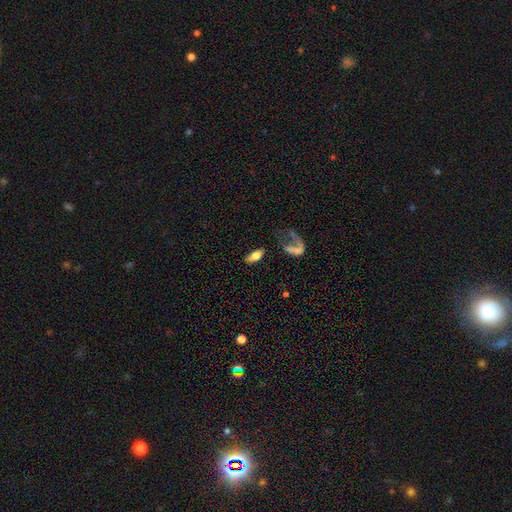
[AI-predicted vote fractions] This appears to be a smooth galaxy with no disk features (68%) that is in between round and cigar-shaped (83%). Merging: none (68%).